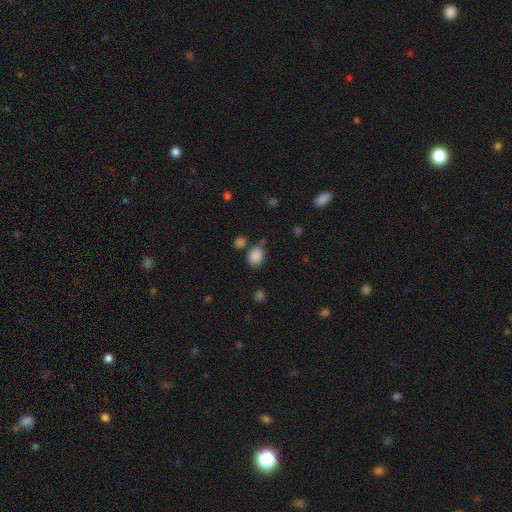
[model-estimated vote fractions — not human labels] A smooth galaxy with no disk features (86%) that is in between round and cigar-shaped (55%). Merging: none (68%).